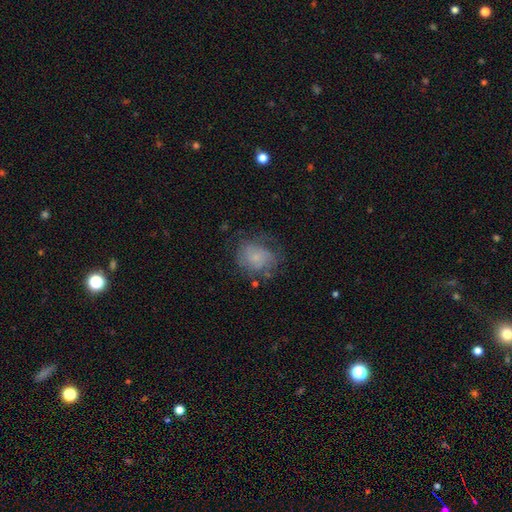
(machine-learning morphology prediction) Q: Smooth or featured?
A: smooth (55%); runner-up: featured or disk (34%)
Q: How rounded?
A: round (64%); runner-up: in between (35%)
Q: Merging?
A: none (55%); runner-up: minor disturbance (25%)